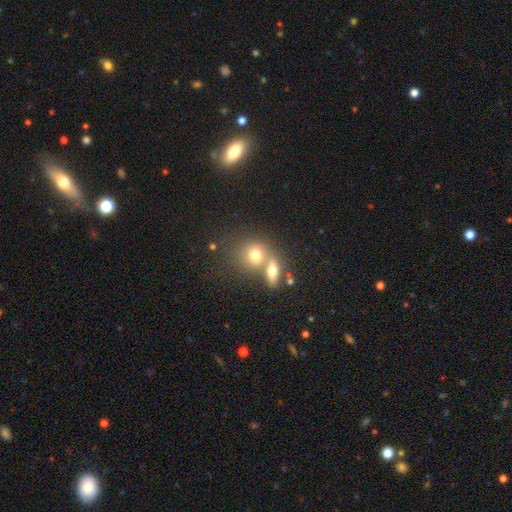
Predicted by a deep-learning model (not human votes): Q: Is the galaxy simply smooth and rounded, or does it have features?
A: smooth — 71%.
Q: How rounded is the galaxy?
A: round — 64%.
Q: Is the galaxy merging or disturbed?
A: merger — 52%.